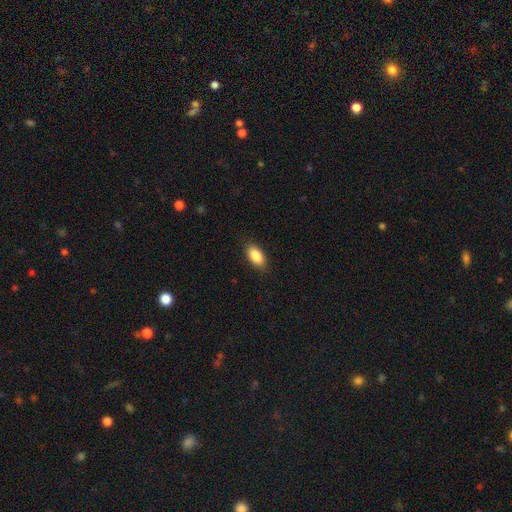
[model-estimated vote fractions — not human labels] This appears to be a smooth galaxy with no disk features (88%) that is in between round and cigar-shaped (92%). Merging: none (86%).